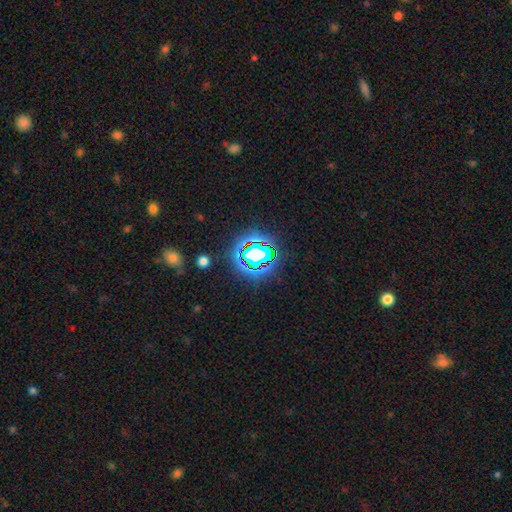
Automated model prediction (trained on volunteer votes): A star or artifact, not a galaxy (66%).